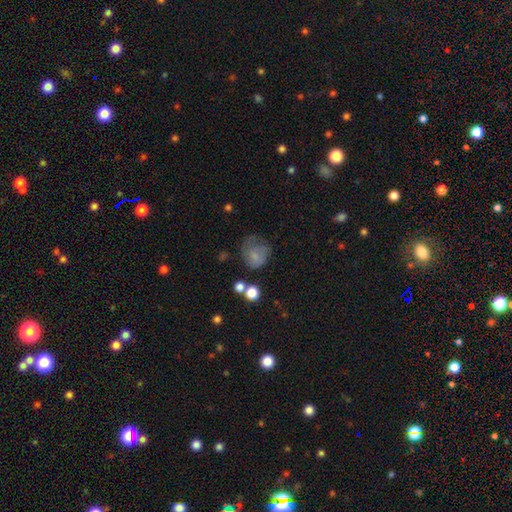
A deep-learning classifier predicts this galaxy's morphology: smooth-or-featured: smooth: 70% | featured or disk: 20% | star or artifact: 10%
  how-rounded: round: 71% | in between: 28% | cigar-shaped: 1%
  merging: none: 41% | minor disturbance: 29% | major disturbance: 25% | merger: 5%